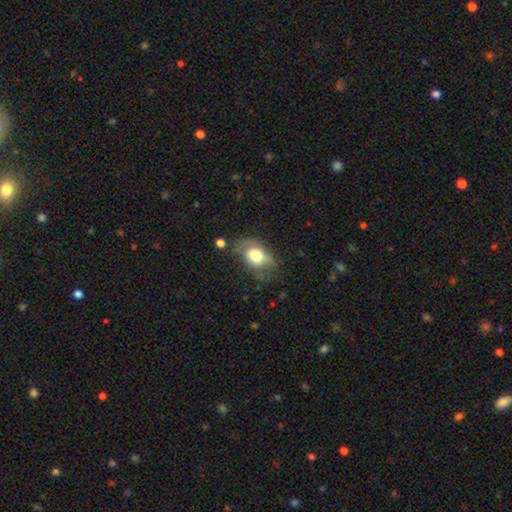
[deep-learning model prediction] smooth 67%, featured or disk 25%, star or artifact 8%. Down the decision tree: how rounded — in between (82%); merging — none (49%).